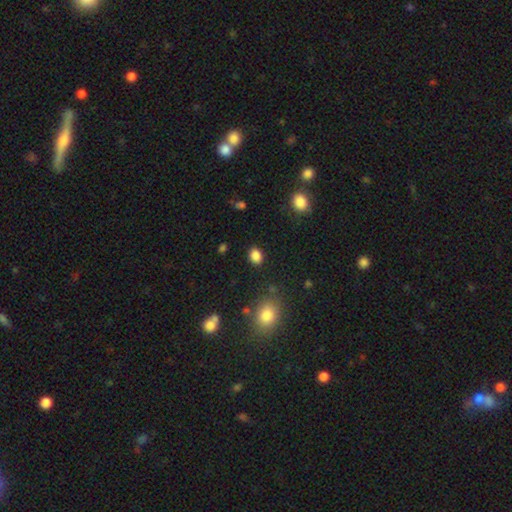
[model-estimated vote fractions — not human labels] Overall: smooth (85%). How rounded: in between (59%; round 40%). Merging: none (86%).